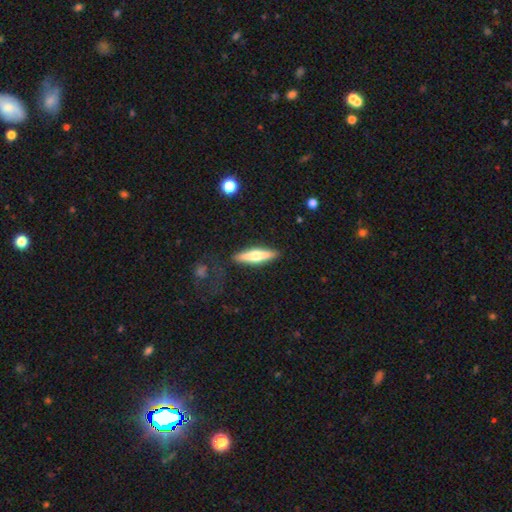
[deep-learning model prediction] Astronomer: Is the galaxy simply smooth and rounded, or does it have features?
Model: featured or disk — 47%, tied with smooth at 47%.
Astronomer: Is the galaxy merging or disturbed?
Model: none — 87%.